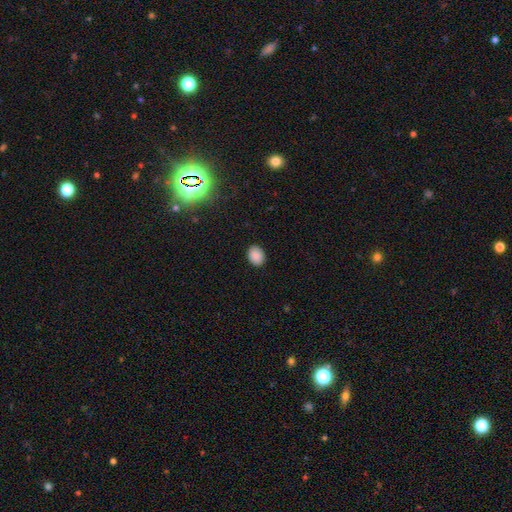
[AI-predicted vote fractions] Smooth or featured? smooth (88%)
How rounded? in between (59%)
Merging? none (89%)